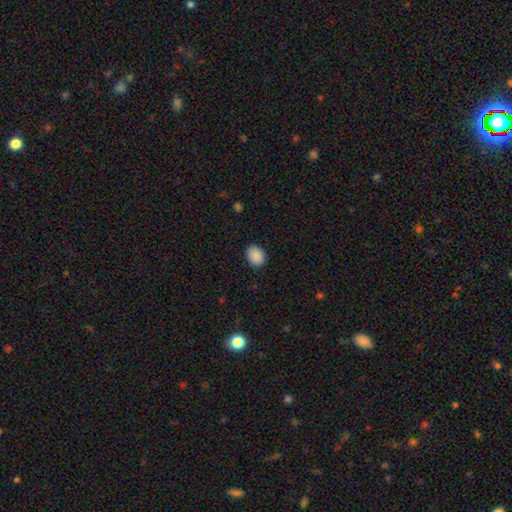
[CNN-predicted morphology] Smooth or featured: smooth — 90% (star or artifact — 8%)
How rounded: in between — 64% (round — 35%)
Merging: none — 88% (minor disturbance — 9%)